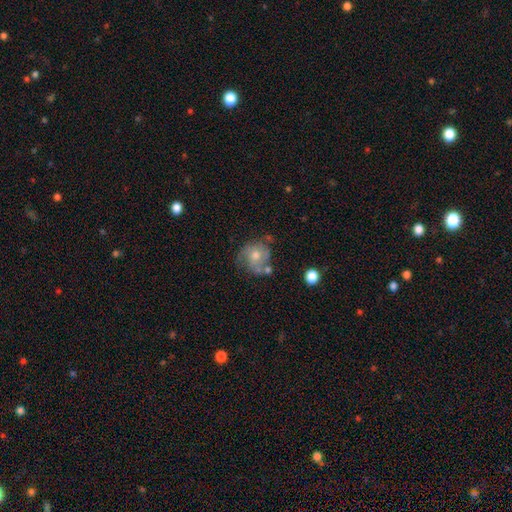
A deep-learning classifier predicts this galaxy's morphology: Overall: featured or disk (46%, tied with smooth). Merging: none (48%; minor disturbance 25%).